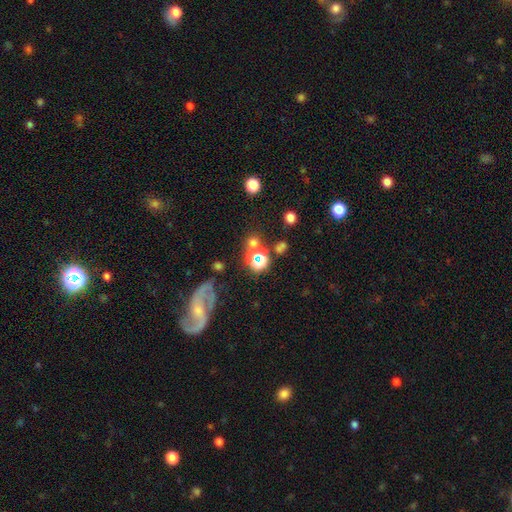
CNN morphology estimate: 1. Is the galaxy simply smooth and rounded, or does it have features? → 46% smooth, 40% star or artifact, 14% featured or disk.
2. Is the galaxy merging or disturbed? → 66% none, 14% merger, 11% minor disturbance, 9% major disturbance.